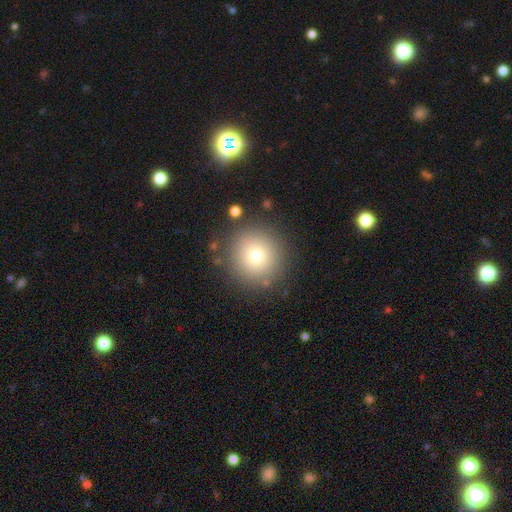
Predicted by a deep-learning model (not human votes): Smooth or featured?
  - smooth: 76% *
  - star or artifact: 13%
  - featured or disk: 11%
How rounded?
  - round: 95% *
  - in between: 4%
  - cigar-shaped: 1%
Merging?
  - none: 86% *
  - minor disturbance: 8%
  - major disturbance: 3%
  - merger: 3%